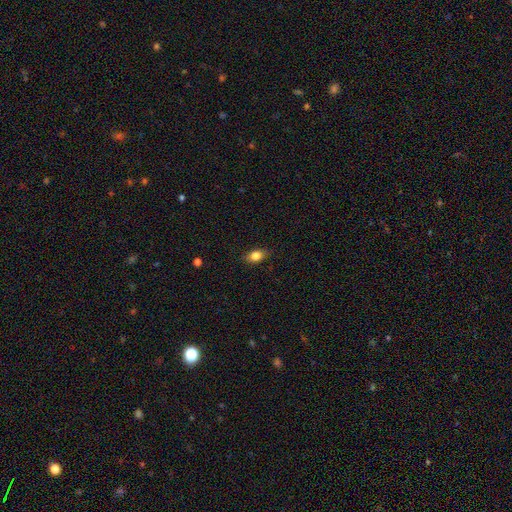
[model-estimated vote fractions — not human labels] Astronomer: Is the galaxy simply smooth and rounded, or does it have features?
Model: smooth — 83%.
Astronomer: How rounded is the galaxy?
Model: in between — 80%.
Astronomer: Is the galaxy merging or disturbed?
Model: none — 84%.